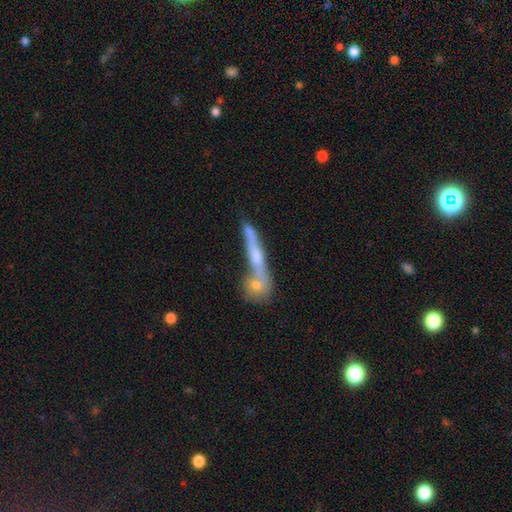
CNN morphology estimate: This appears to be a featured or disk galaxy (56%) viewed edge-on (83%). Merging: none (44%).